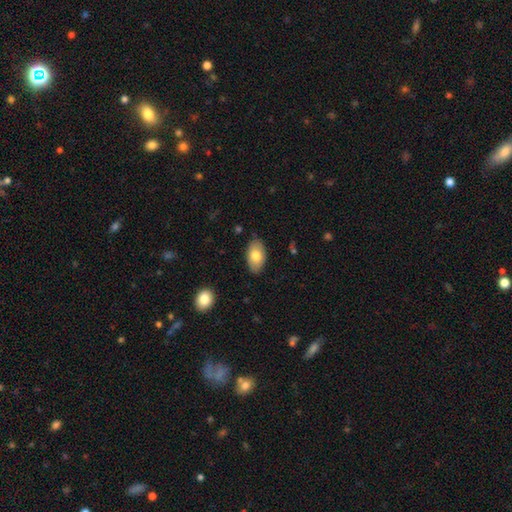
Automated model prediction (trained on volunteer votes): smooth_or_featured: smooth (p=0.76) [alt: featured or disk p=0.17]
how_rounded: in between (p=0.94) [alt: round p=0.05]
merging: none (p=0.84) [alt: minor disturbance p=0.13]